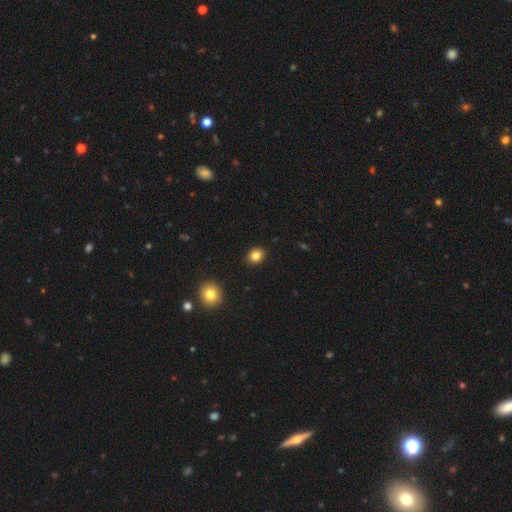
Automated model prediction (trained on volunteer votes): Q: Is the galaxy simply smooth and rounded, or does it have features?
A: smooth — 83%.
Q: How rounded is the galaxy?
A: round — 60%.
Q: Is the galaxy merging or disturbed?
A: none — 91%.